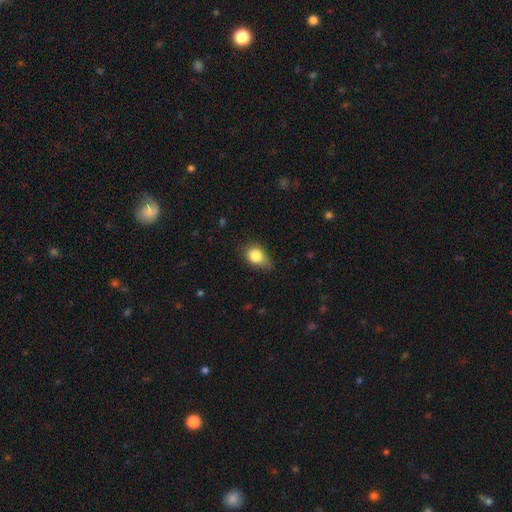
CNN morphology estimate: Q: Smooth or featured?
A: smooth (81%); runner-up: featured or disk (9%)
Q: How rounded?
A: in between (59%); runner-up: round (40%)
Q: Merging?
A: none (50%); runner-up: minor disturbance (39%)